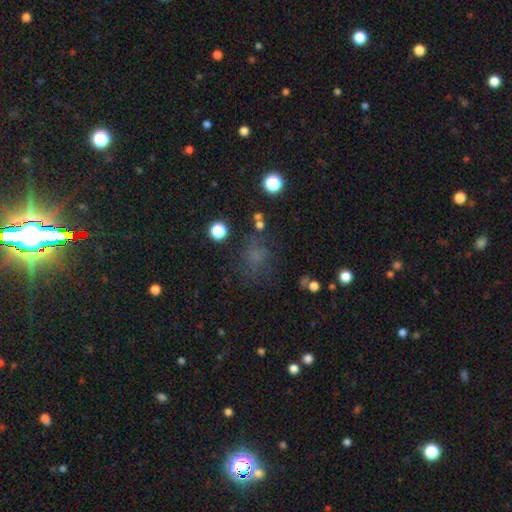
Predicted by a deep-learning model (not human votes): Smooth or featured: smooth — 54% (star or artifact — 32%)
How rounded: round — 64% (in between — 34%)
Merging: none — 65% (minor disturbance — 17%)